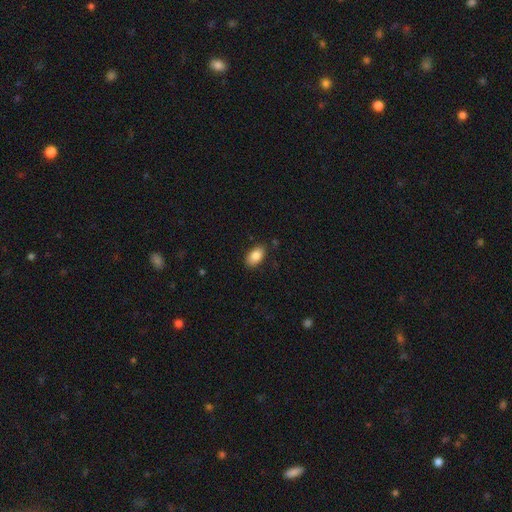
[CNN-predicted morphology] smooth-or-featured: smooth: 85% | featured or disk: 8% | star or artifact: 7%
  how-rounded: in between: 91% | round: 7% | cigar-shaped: 2%
  merging: none: 84% | minor disturbance: 12% | major disturbance: 2% | merger: 2%